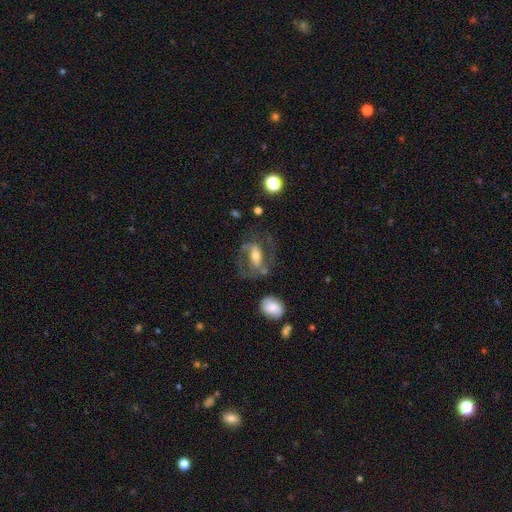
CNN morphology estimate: This is likely a featured or disk galaxy (74%). It is clearly not viewed edge-on (92%). Bar: possibly strong (53%). Spiral arm pattern: clearly yes (84%). Spiral arm count: clearly 2 (86%). Spiral winding: possibly medium (54%). Central bulge: possibly moderate (58%). Merging: possibly none (60%).